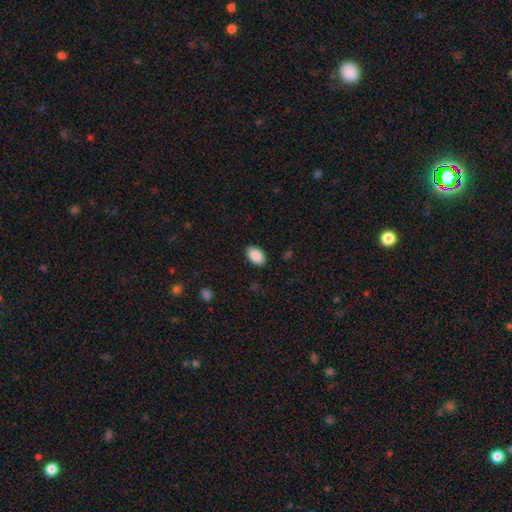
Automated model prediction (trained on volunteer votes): Smooth or featured?
  - smooth: 90% *
  - star or artifact: 7%
  - featured or disk: 4%
How rounded?
  - in between: 93% *
  - round: 6%
  - cigar-shaped: 1%
Merging?
  - none: 88% *
  - minor disturbance: 9%
  - major disturbance: 2%
  - merger: 1%